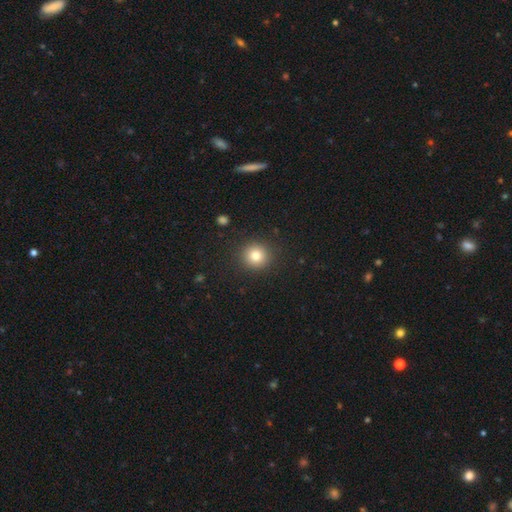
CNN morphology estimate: A smooth galaxy with no disk features (81%) that is round (92%). Merging: none (90%).